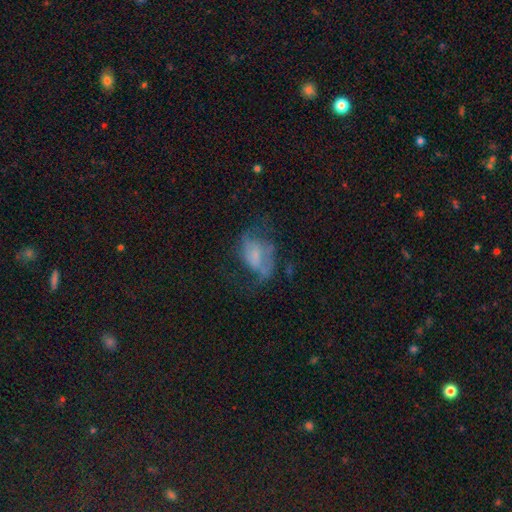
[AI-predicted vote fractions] The model was most divided on "bulge size": small: 36%, none: 32%, moderate: 22%, large: 7%, dominant: 2%. Remaining: edge-on disk — no (96%); spiral arms — yes (60%); bar — no (57%); smooth or featured — featured or disk (54%); merging — major disturbance (43%).